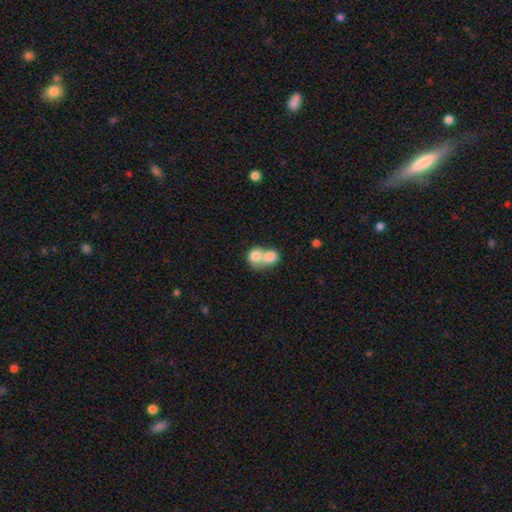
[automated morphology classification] smooth 77%, featured or disk 15%, star or artifact 8%. Down the decision tree: how rounded — round (64%); merging — merger (76%).